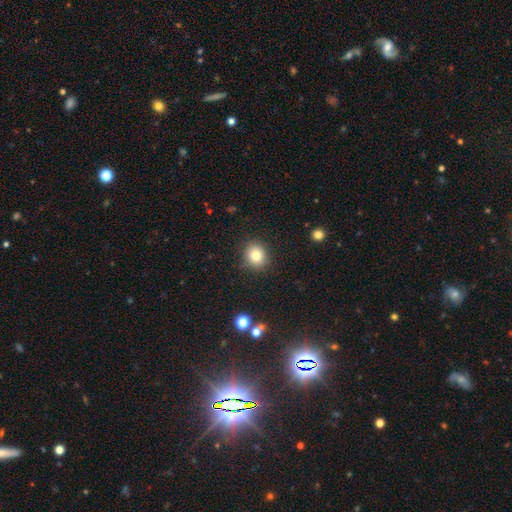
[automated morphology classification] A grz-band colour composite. It shows a smooth galaxy with no disk features (80%) that is round (70%). Merging: none (88%).